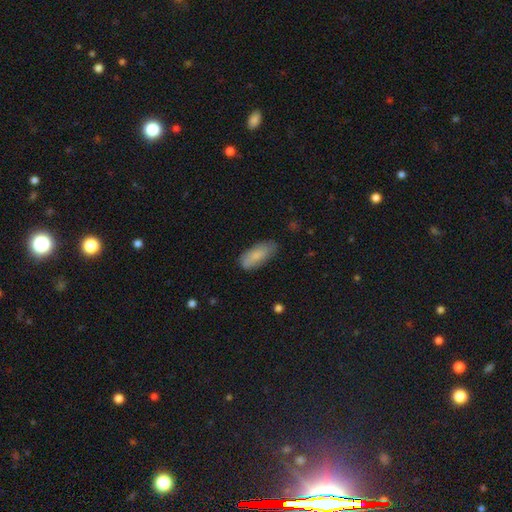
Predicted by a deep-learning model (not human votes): This is clearly a smooth galaxy (82%). How rounded: clearly in between (82%). Merging: likely none (73%).